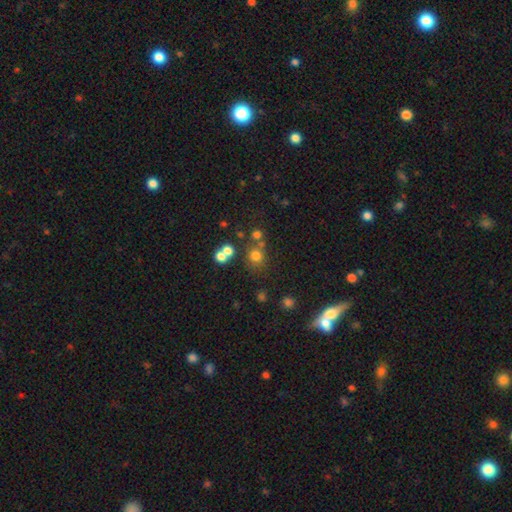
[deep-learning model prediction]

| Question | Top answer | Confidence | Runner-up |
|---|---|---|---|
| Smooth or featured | smooth | 71% | star or artifact (19%) |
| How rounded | round | 87% | in between (12%) |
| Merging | none | 64% | merger (21%) |